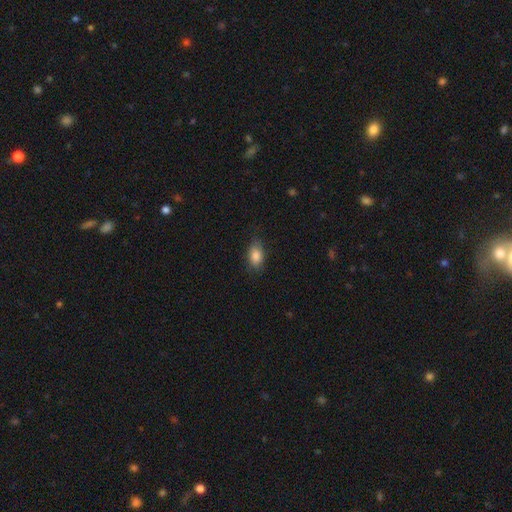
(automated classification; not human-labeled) A smooth galaxy with no disk features (86%) that is in between round and cigar-shaped (89%).

Vote fractions:
- Smooth or featured? smooth: 86% / star or artifact: 7% / featured or disk: 6%
- How rounded? in between: 89% / round: 8% / cigar-shaped: 3%
- Merging? none: 78% / minor disturbance: 17% / major disturbance: 4% / merger: 1%